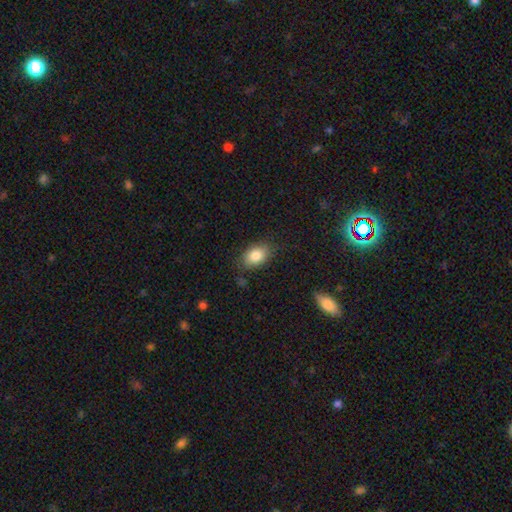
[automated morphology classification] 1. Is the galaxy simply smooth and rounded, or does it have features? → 84% smooth, 9% featured or disk, 8% star or artifact.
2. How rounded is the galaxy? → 84% in between, 14% round, 1% cigar-shaped.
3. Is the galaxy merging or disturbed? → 80% none, 15% minor disturbance, 4% major disturbance, 2% merger.